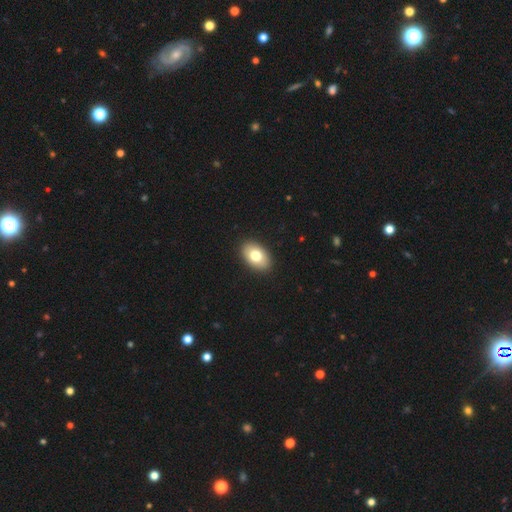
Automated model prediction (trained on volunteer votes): Smooth or featured? smooth (78%)
How rounded? in between (90%)
Merging? none (91%)